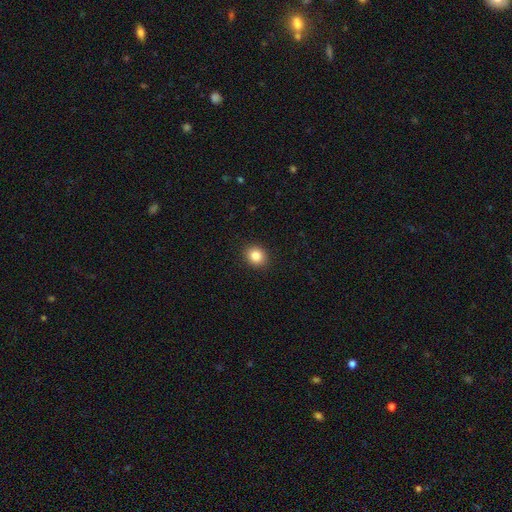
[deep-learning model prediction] A smooth galaxy with no disk features (84%) that is round (72%).

Vote fractions:
- Smooth or featured? smooth: 84% / star or artifact: 10% / featured or disk: 6%
- How rounded? round: 72% / in between: 27% / cigar-shaped: 1%
- Merging? none: 92% / minor disturbance: 6% / major disturbance: 2% / merger: 1%